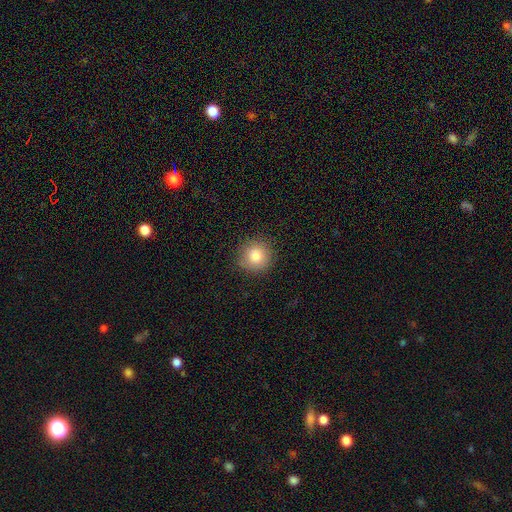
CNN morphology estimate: type=smooth (81%); roundness=round (94%); merging=none (86%).